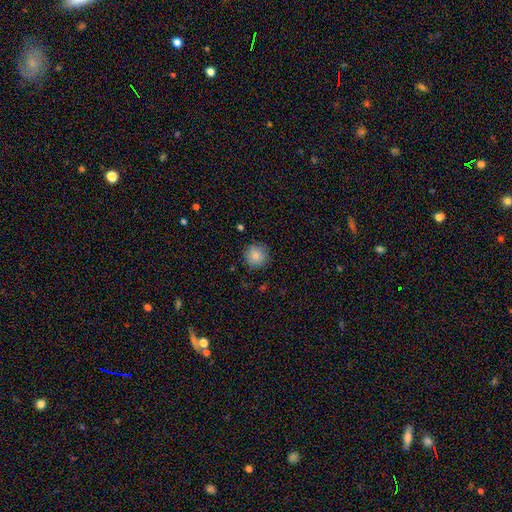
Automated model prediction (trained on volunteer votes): A smooth galaxy with no disk features (86%) that is round (94%). Merging: none (87%).